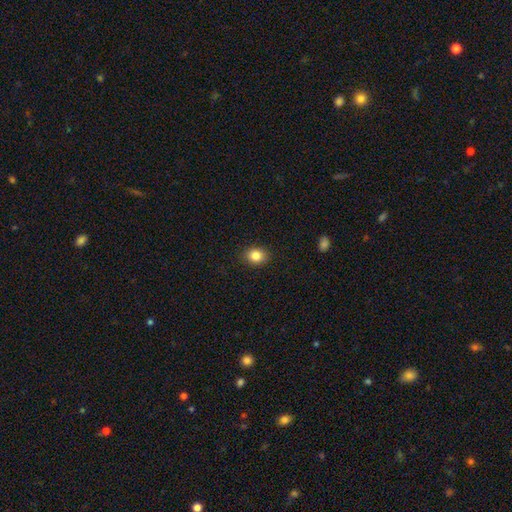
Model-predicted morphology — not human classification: This appears to be a smooth galaxy with no disk features (84%) that is round (52%). Merging: none (89%).